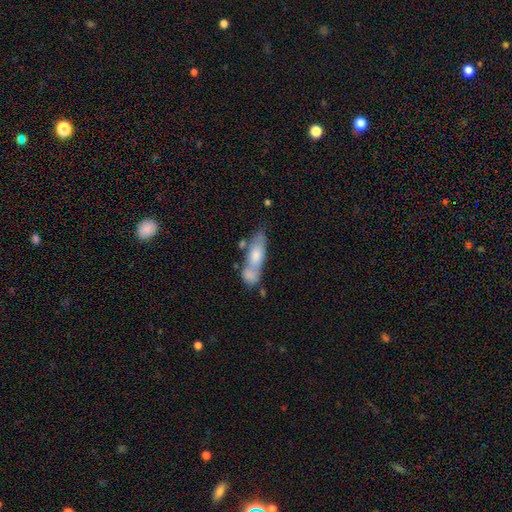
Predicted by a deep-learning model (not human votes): Morphology: type=smooth (63%); roundness=in between (53%); merging=merger (45%).